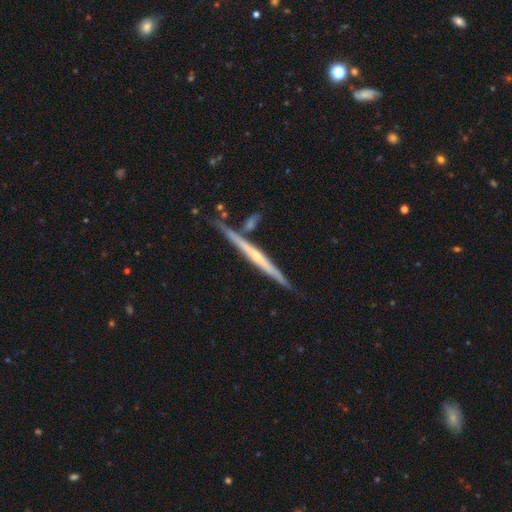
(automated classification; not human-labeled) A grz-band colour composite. It shows a featured or disk galaxy (74%) viewed edge-on (98%) with no central bulge (48%). Merging: none (81%).